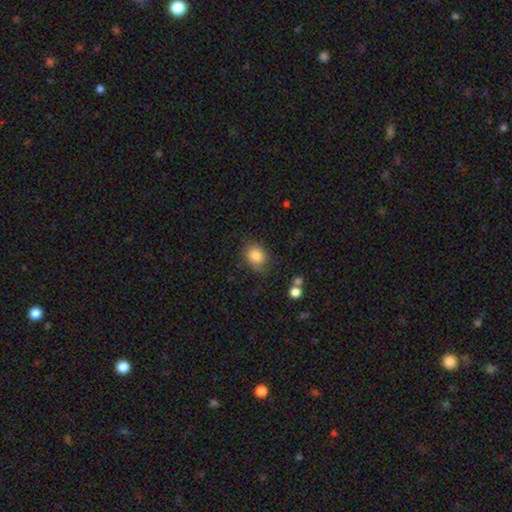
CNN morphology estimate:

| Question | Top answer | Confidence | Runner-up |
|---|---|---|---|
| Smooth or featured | smooth | 84% | star or artifact (9%) |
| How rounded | round | 57% | in between (42%) |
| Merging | none | 73% | minor disturbance (19%) |